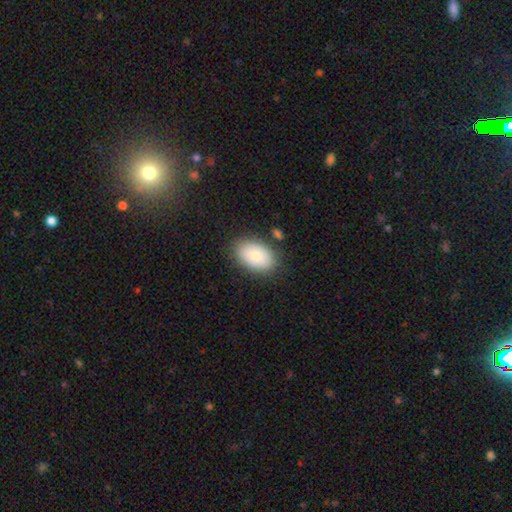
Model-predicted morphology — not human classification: smooth_or_featured: smooth (p=0.80) [alt: featured or disk p=0.13]
how_rounded: in between (p=0.89) [alt: round p=0.10]
merging: none (p=0.81) [alt: minor disturbance p=0.13]